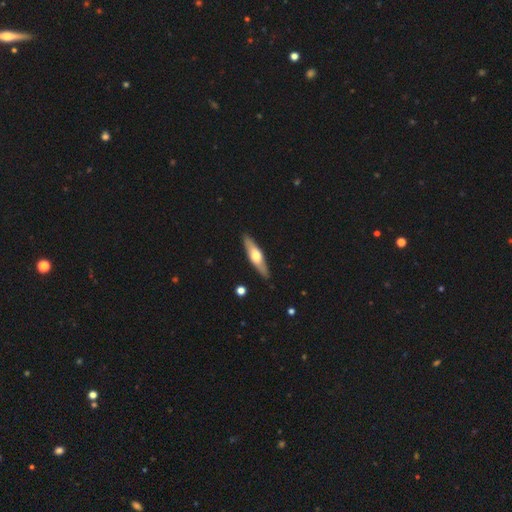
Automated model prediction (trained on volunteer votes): Morphology: type=featured or disk (56%); edge-on=yes (89%); merging=none (89%).